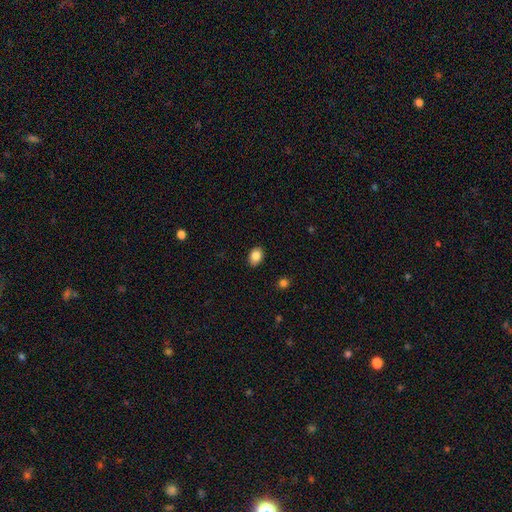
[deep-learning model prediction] Morphology: type=smooth (86%); roundness=in between (75%); merging=none (86%).